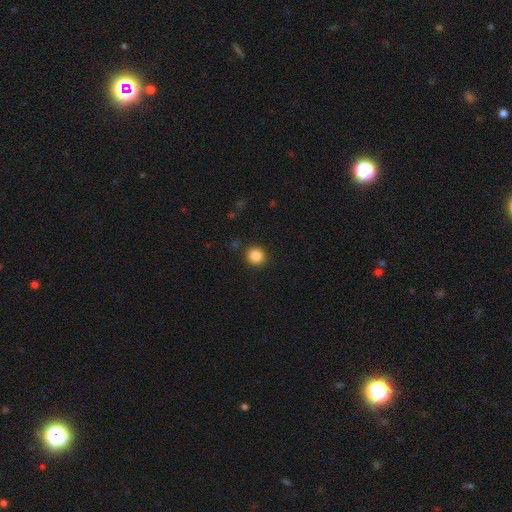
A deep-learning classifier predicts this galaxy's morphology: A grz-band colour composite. It shows a smooth galaxy with no disk features (86%) that is round (91%). Merging: none (90%).